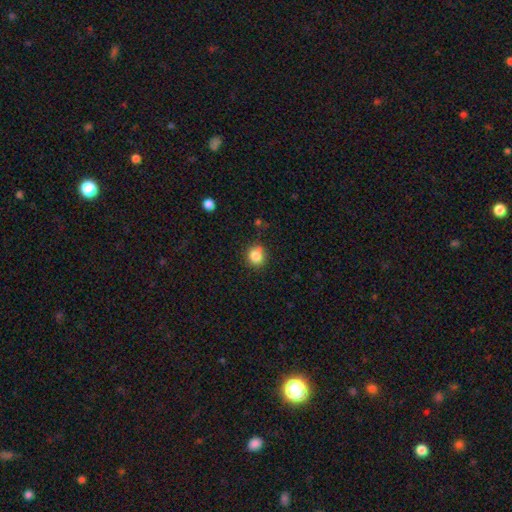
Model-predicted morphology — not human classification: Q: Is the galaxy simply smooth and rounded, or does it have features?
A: smooth — 84%.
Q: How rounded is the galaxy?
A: round — 83%.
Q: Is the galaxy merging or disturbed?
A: none — 79%.